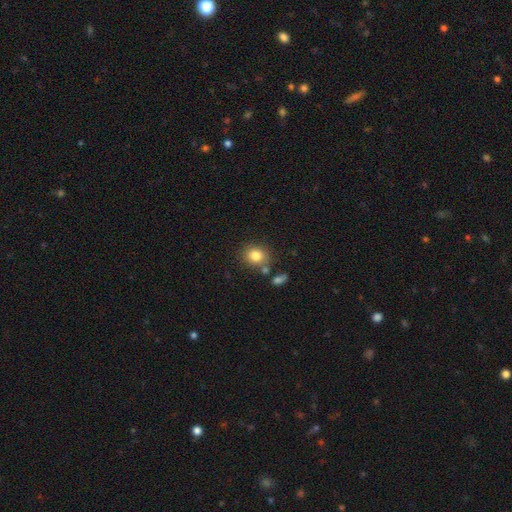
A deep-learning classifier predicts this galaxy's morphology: This is clearly a smooth galaxy (82%). How rounded: likely round (72%). Merging: likely none (72%).